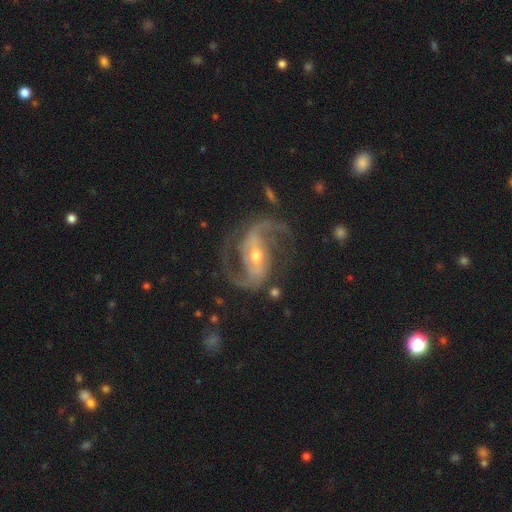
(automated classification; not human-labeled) Smooth or featured? featured or disk (91%)
Edge-on disk? no (97%)
Bar? strong (43%)
Spiral arms? yes (98%)
Spiral winding? medium (53%)
Spiral arm count? 2 (91%)
Bulge size? small (56%)
Merging? none (72%)